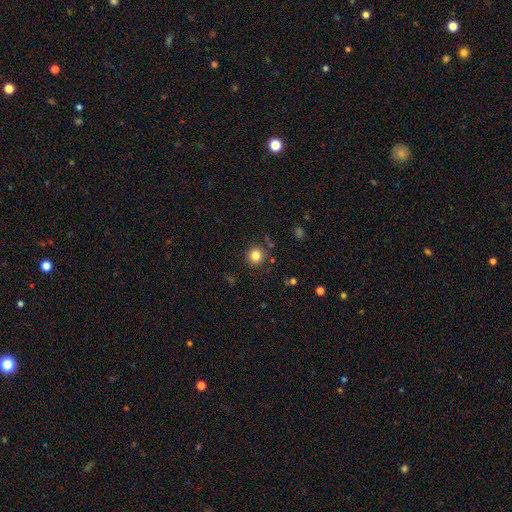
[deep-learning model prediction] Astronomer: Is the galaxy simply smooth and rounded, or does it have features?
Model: smooth — 82%.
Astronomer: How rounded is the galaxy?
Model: round — 93%.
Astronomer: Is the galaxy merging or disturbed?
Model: none — 87%.